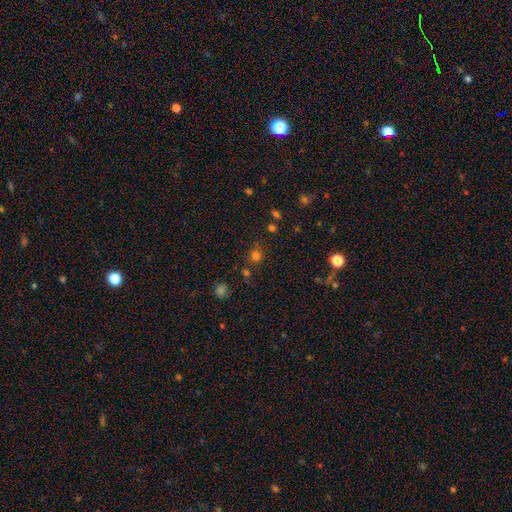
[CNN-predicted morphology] Smooth or featured? smooth (71%)
How rounded? round (88%)
Merging? none (74%)